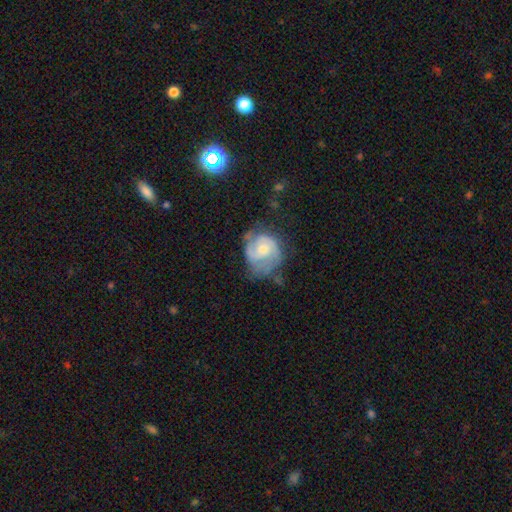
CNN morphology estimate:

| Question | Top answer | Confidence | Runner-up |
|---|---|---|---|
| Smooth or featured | featured or disk | 76% | smooth (18%) |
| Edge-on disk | no | 98% | yes (2%) |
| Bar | no | 64% | weak (31%) |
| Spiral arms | yes | 92% | no (8%) |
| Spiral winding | tight | 48% | medium (40%) |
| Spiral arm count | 2 | 61% | can't tell (17%) |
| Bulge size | moderate | 48% | small (46%) |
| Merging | none | 55% | minor disturbance (28%) |